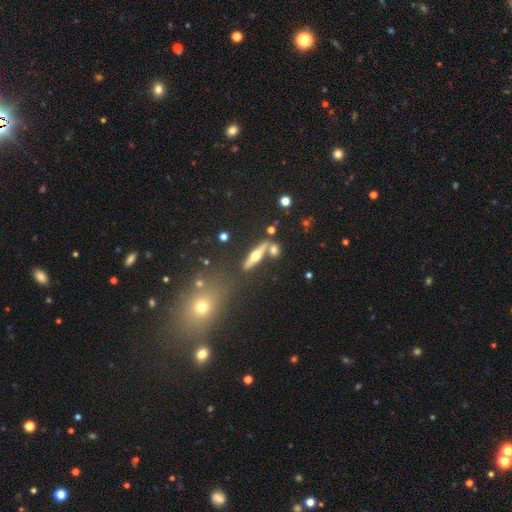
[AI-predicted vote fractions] Smooth or featured: featured or disk — 59% (smooth — 32%)
Edge-on disk: yes — 90% (no — 10%)
Edge-on bulge: rounded — 95% (none — 3%)
Merging: none — 70% (merger — 15%)